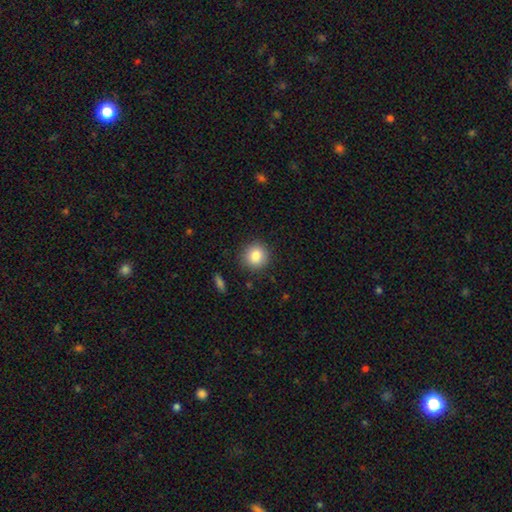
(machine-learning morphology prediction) smooth_or_featured: smooth (p=0.85) [alt: star or artifact p=0.09]
how_rounded: round (p=0.91) [alt: in between p=0.08]
merging: none (p=0.89) [alt: minor disturbance p=0.07]